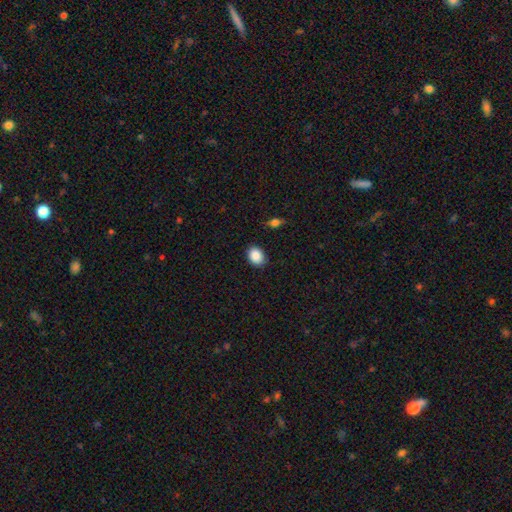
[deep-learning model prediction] Overall: smooth (88%). How rounded: in between (62%; round 37%). Merging: none (87%).